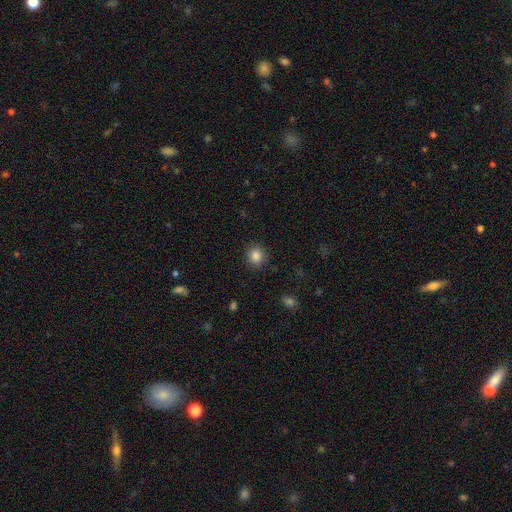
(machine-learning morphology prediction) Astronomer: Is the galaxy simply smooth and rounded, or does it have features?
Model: smooth — 85%.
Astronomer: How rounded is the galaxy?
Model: round — 88%.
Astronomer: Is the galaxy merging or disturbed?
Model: none — 90%.